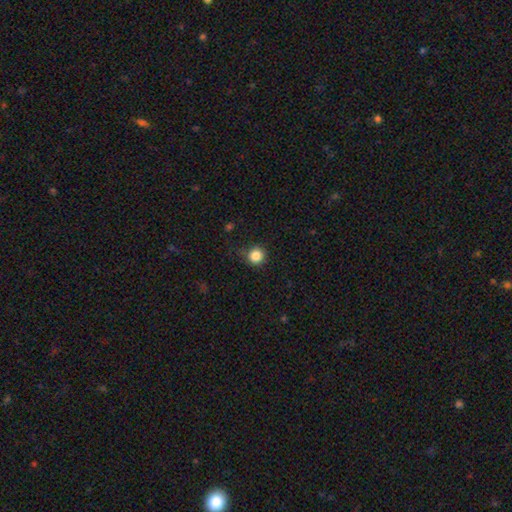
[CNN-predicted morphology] Smooth or featured? Predicted: smooth (p=0.85). How rounded? Predicted: round (p=0.94). Merging? Predicted: none (p=0.82).